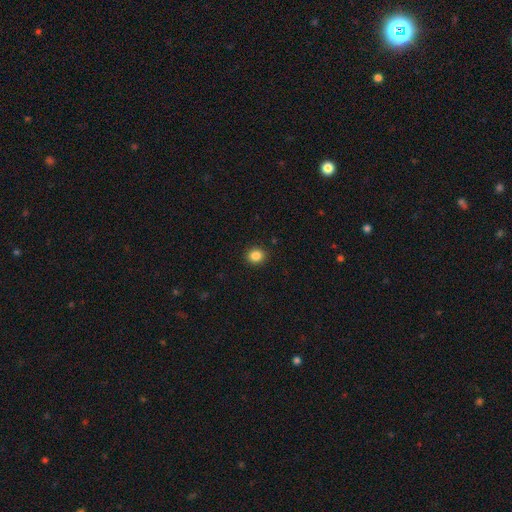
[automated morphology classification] Smooth or featured? smooth (86%)
How rounded? round (80%)
Merging? none (92%)